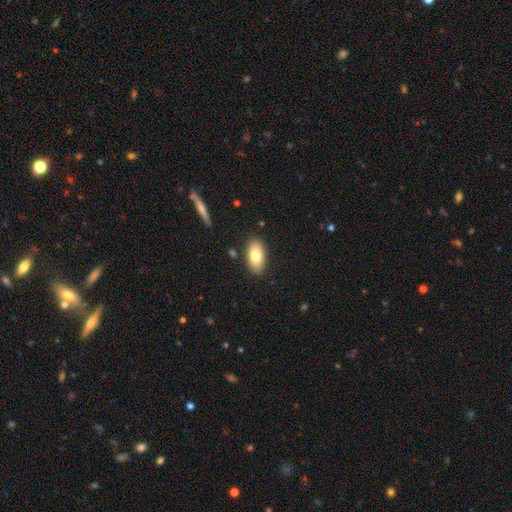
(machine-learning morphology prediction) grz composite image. It shows a smooth galaxy with no disk features (77%) that is in between round and cigar-shaped (93%). Merging: none (85%).